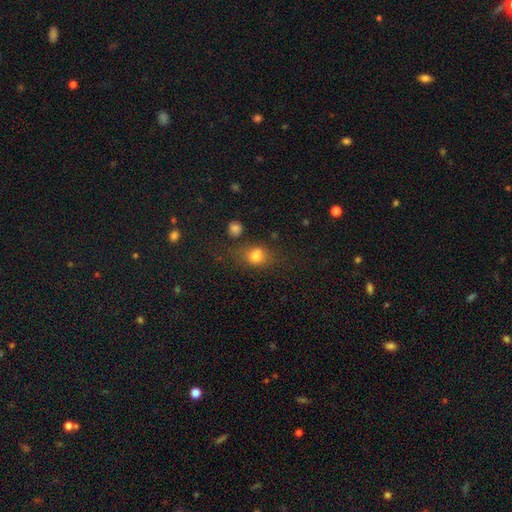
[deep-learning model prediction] Smooth or featured: smooth — 75% (star or artifact — 13%)
How rounded: in between — 54% (round — 43%)
Merging: none — 54% (minor disturbance — 21%)